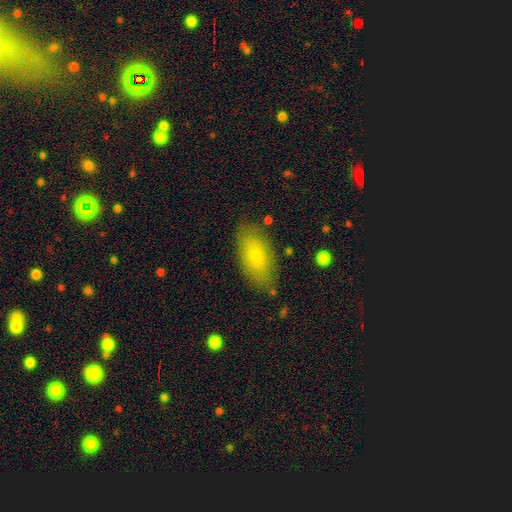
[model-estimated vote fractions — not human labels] Q: Smooth or featured?
A: smooth (78%); runner-up: featured or disk (15%)
Q: How rounded?
A: in between (91%); runner-up: cigar-shaped (6%)
Q: Merging?
A: none (80%); runner-up: minor disturbance (14%)